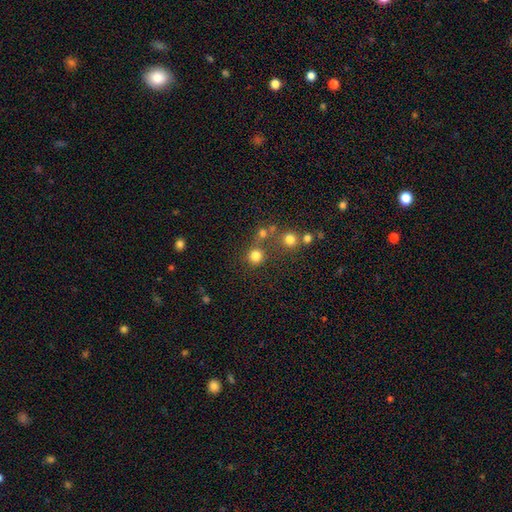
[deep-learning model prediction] Q: Smooth or featured?
A: smooth (79%); runner-up: star or artifact (15%)
Q: How rounded?
A: round (92%); runner-up: in between (7%)
Q: Merging?
A: none (71%); runner-up: merger (16%)